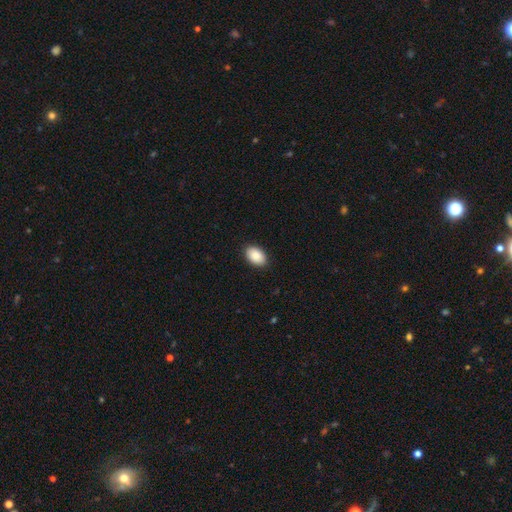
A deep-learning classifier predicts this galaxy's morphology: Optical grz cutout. It shows a smooth galaxy with no disk features (90%) that is in between round and cigar-shaped (91%). Merging: none (90%).